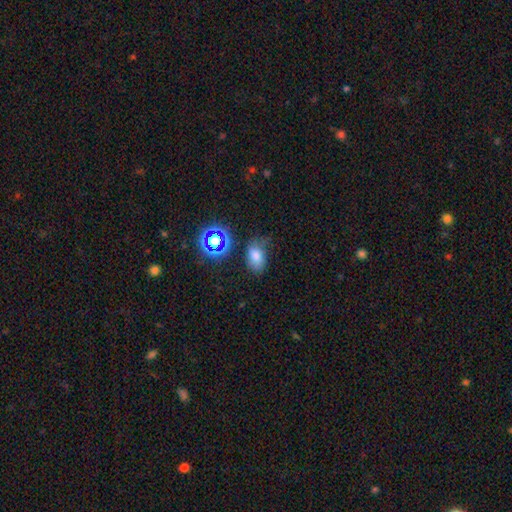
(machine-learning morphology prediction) type=smooth (71%); roundness=in between (81%); merging=none (53%).